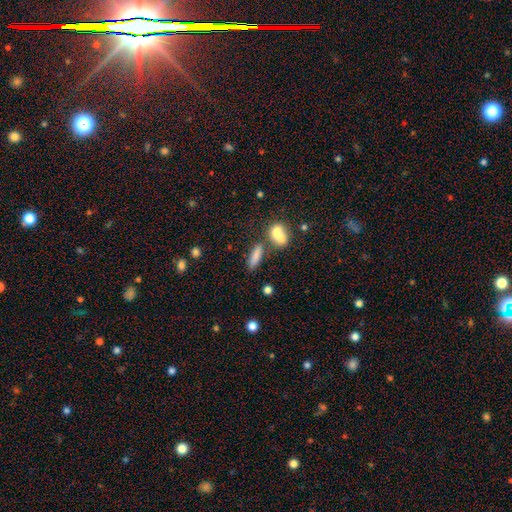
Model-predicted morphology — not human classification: smooth-or-featured: smooth: 79% | featured or disk: 11% | star or artifact: 10%
  how-rounded: cigar-shaped: 58% | in between: 36% | round: 5%
  merging: none: 63% | merger: 20% | minor disturbance: 12% | major disturbance: 5%